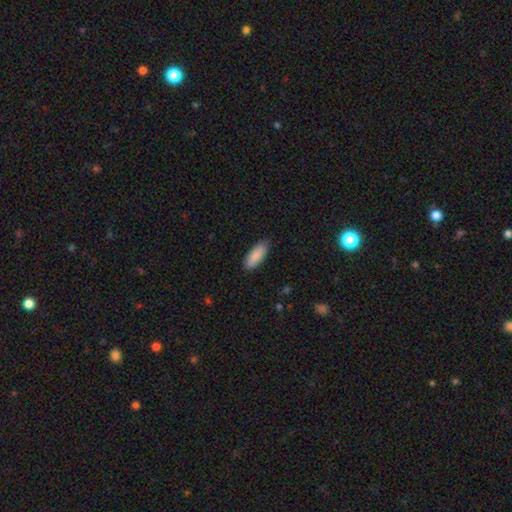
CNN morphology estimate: Smooth or featured?
  - smooth: 89% *
  - star or artifact: 6%
  - featured or disk: 5%
How rounded?
  - in between: 77% *
  - cigar-shaped: 21%
  - round: 2%
Merging?
  - none: 83% *
  - minor disturbance: 14%
  - major disturbance: 2%
  - merger: 1%